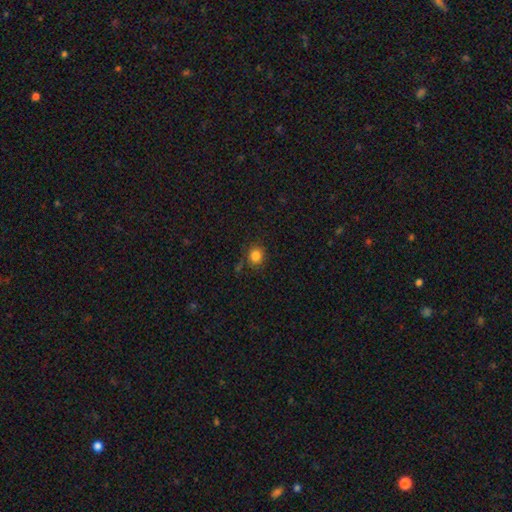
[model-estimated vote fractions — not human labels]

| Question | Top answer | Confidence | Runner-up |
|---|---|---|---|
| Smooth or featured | smooth | 83% | star or artifact (12%) |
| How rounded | round | 81% | in between (18%) |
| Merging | none | 81% | minor disturbance (12%) |